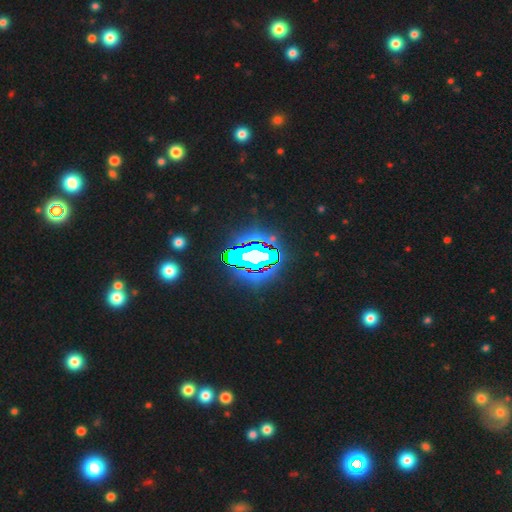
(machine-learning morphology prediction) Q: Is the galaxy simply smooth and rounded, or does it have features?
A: star or artifact — 69%.